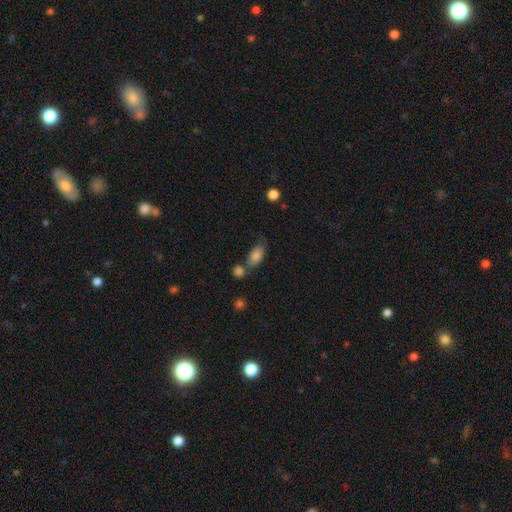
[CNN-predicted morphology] Q: Smooth or featured?
A: smooth (82%); runner-up: featured or disk (9%)
Q: How rounded?
A: in between (90%); runner-up: round (6%)
Q: Merging?
A: none (50%); runner-up: merger (25%)